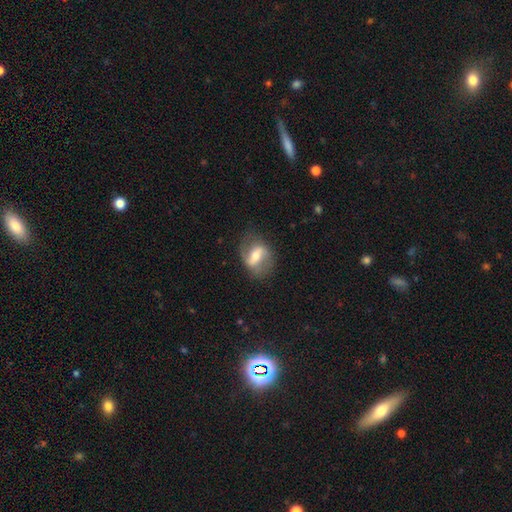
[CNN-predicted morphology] Smooth or featured? Predicted: featured or disk (p=0.68). Edge-on disk? Predicted: no (p=0.94). Bar? Predicted: strong (p=0.48). Spiral arms? Predicted: yes (p=0.79). Spiral winding? Predicted: loose (p=0.50). Spiral arm count? Predicted: 2 (p=0.85). Bulge size? Predicted: moderate (p=0.56). Merging? Predicted: none (p=0.72).